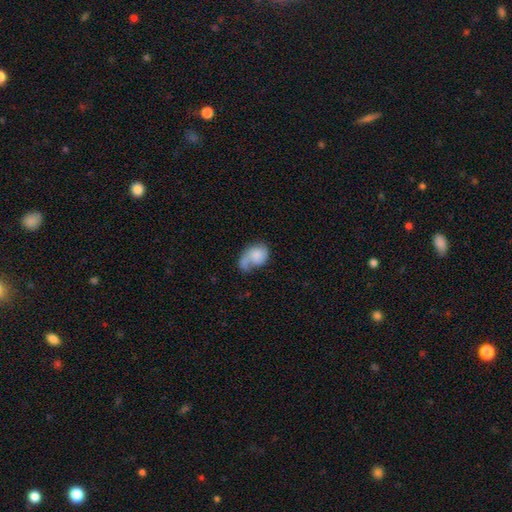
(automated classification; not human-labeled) A smooth galaxy with no disk features (59%) that is in between round and cigar-shaped (67%).

Vote fractions:
- Smooth or featured? smooth: 59% / featured or disk: 33% / star or artifact: 8%
- How rounded? in between: 67% / round: 31% / cigar-shaped: 1%
- Merging? major disturbance: 32% / none: 28% / minor disturbance: 23% / merger: 17%